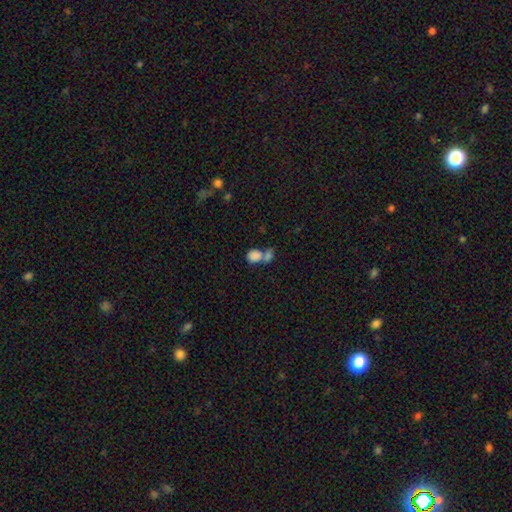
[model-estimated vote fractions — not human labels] A smooth galaxy with no disk features (82%) that is in between round and cigar-shaped (50%).

Vote fractions:
- Smooth or featured? smooth: 82% / star or artifact: 10% / featured or disk: 8%
- How rounded? in between: 50% / round: 48% / cigar-shaped: 2%
- Merging? merger: 60% / none: 27% / minor disturbance: 8% / major disturbance: 6%